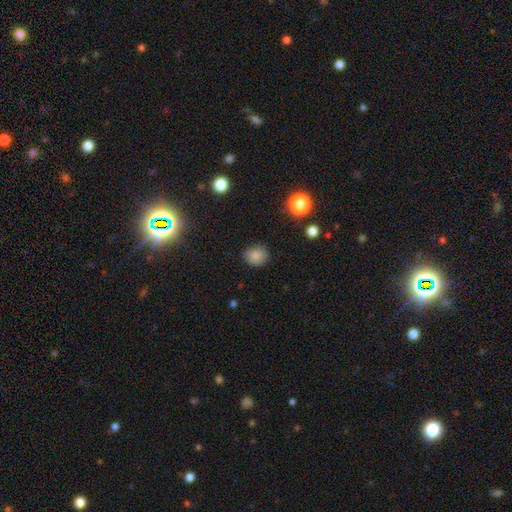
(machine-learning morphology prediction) smooth 82%, star or artifact 11%, featured or disk 7%. Down the decision tree: how rounded — round (71%); merging — none (81%).